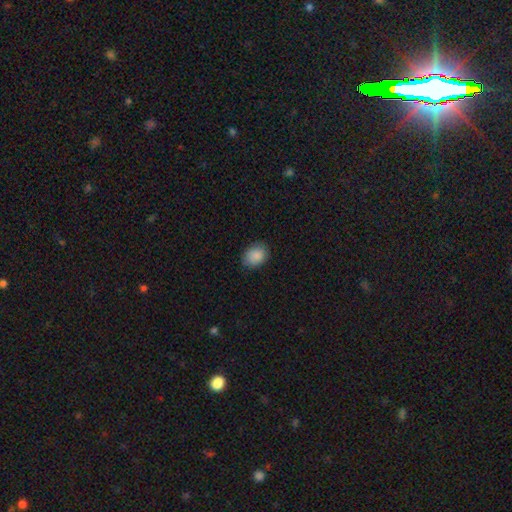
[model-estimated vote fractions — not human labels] The model was most divided on "how rounded": in between: 66%, round: 33%, cigar-shaped: 1%. More confident: smooth or featured — smooth (89%); merging — none (84%).